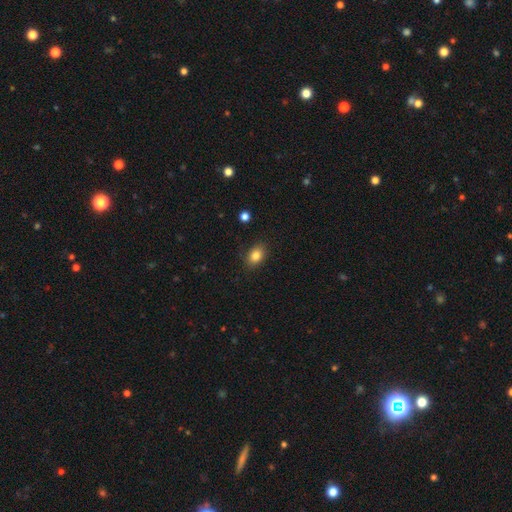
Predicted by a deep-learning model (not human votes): Q: Smooth or featured?
A: smooth (84%); runner-up: star or artifact (10%)
Q: How rounded?
A: in between (73%); runner-up: round (26%)
Q: Merging?
A: none (84%); runner-up: minor disturbance (12%)